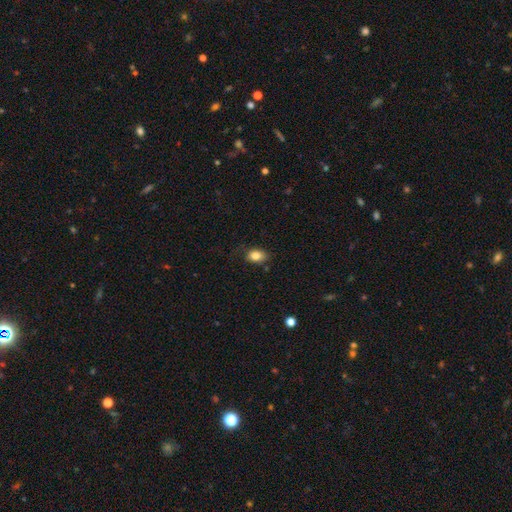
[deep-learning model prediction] Smooth or featured: smooth — 84% (star or artifact — 9%)
How rounded: in between — 79% (round — 19%)
Merging: none — 75% (minor disturbance — 18%)